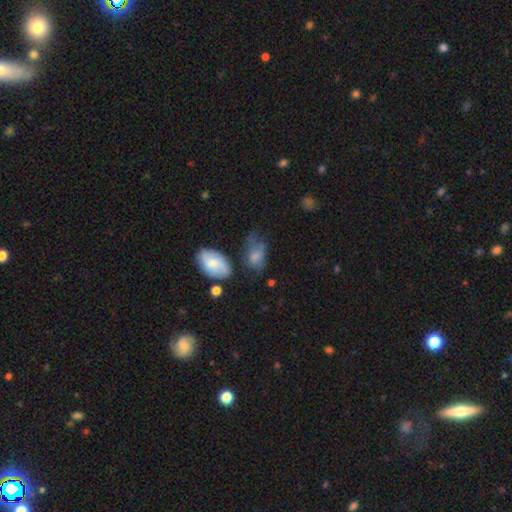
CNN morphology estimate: Smooth or featured? smooth (70%)
How rounded? in between (83%)
Merging? none (33%, tied with minor disturbance)